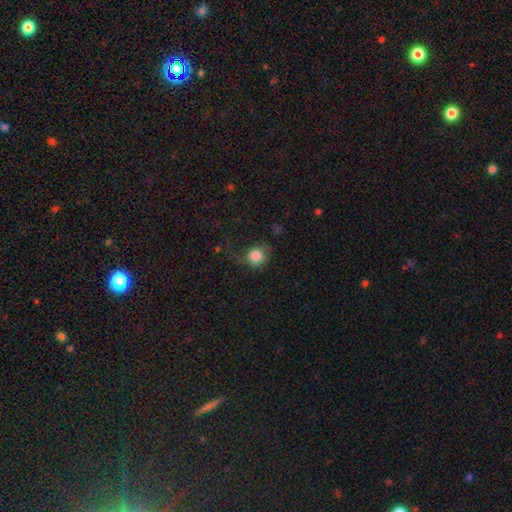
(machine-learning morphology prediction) smooth 81%, featured or disk 10%, star or artifact 10%. Down the decision tree: how rounded — round (88%); merging — none (50%).